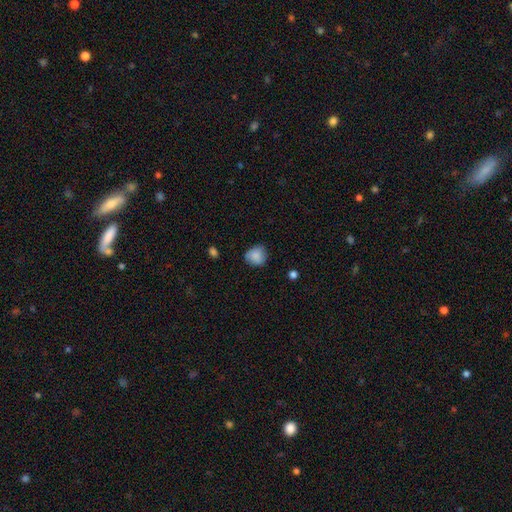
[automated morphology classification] smooth-or-featured: smooth: 83% | featured or disk: 8% | star or artifact: 8%
  how-rounded: round: 75% | in between: 24% | cigar-shaped: 1%
  merging: none: 70% | minor disturbance: 23% | major disturbance: 6% | merger: 2%